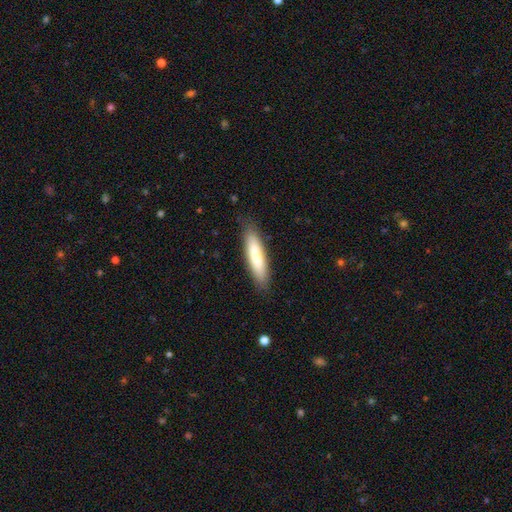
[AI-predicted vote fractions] Overall: smooth (80%). How rounded: cigar-shaped (80%). Merging: none (87%).